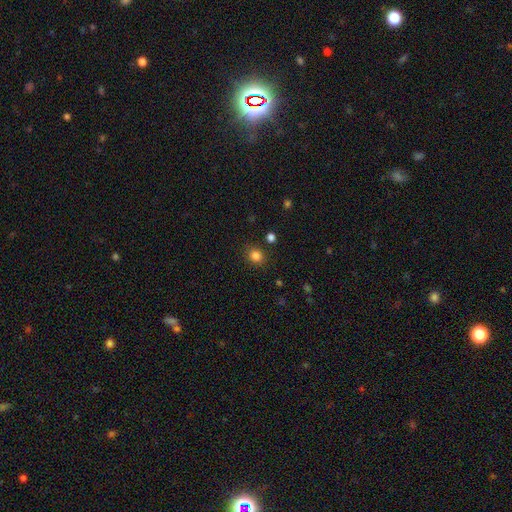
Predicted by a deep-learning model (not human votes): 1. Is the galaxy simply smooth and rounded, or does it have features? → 83% smooth, 13% star or artifact, 4% featured or disk.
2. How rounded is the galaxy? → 77% round, 22% in between, 1% cigar-shaped.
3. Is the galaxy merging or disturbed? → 86% none, 9% minor disturbance, 3% major disturbance, 3% merger.